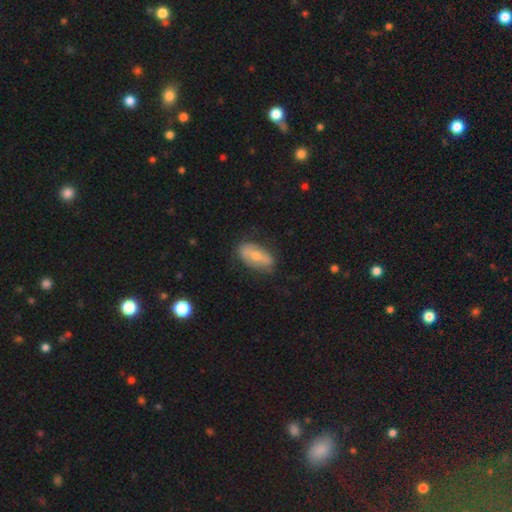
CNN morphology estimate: Smooth or featured? smooth (53%)
How rounded? in between (83%)
Merging? none (76%)